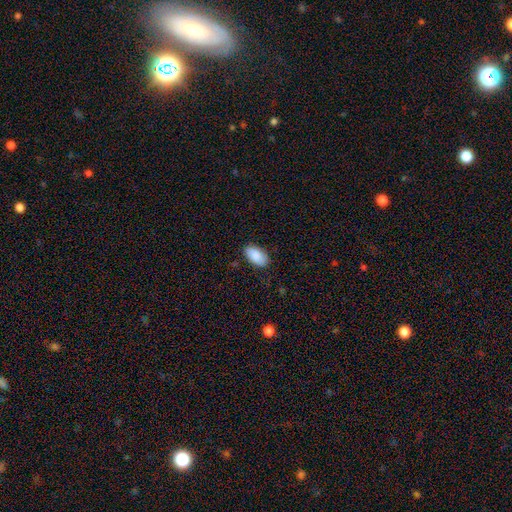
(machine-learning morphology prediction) smooth_or_featured: smooth (p=0.89) [alt: star or artifact p=0.06]
how_rounded: in between (p=0.95) [alt: round p=0.03]
merging: none (p=0.86) [alt: minor disturbance p=0.11]